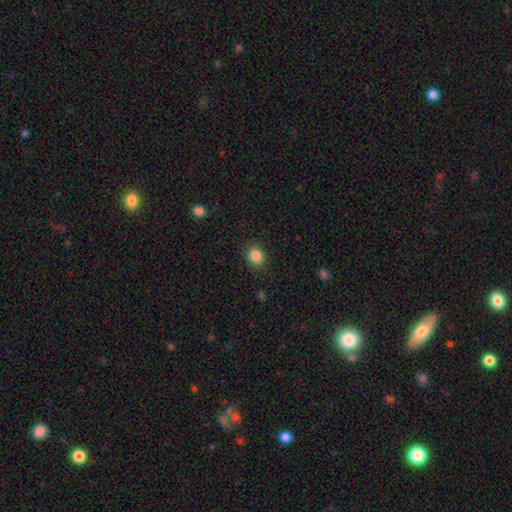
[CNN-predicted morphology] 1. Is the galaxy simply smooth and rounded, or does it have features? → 85% smooth, 11% star or artifact, 4% featured or disk.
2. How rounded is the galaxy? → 76% round, 23% in between, 1% cigar-shaped.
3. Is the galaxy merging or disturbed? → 87% none, 9% minor disturbance, 3% major disturbance, 1% merger.